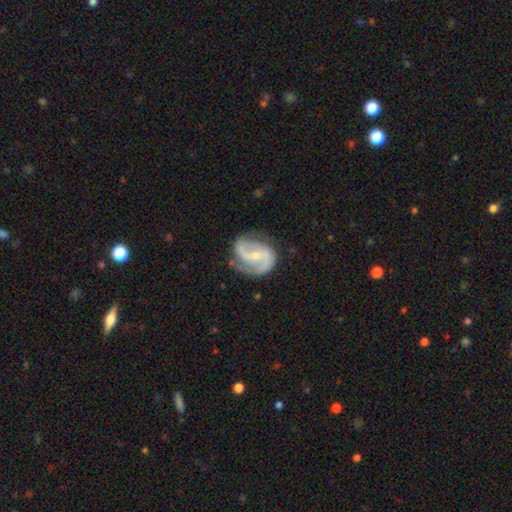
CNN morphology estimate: Smooth or featured?
  - featured or disk: 88% *
  - smooth: 7%
  - star or artifact: 5%
Edge-on disk?
  - no: 98% *
  - yes: 2%
Bar?
  - weak: 44% *
  - no: 28%
  - strong: 28%
Spiral arms?
  - yes: 96% *
  - no: 4%
Spiral winding?
  - medium: 51% *
  - loose: 27%
  - tight: 22%
Spiral arm count?
  - 2: 88% *
  - can't tell: 4%
  - 1: 4%
  - 3: 2%
  - 4: 1%
  - more than 4: 1%
Bulge size?
  - small: 63% *
  - moderate: 31%
  - none: 4%
  - large: 1%
  - dominant: 1%
Merging?
  - none: 70% *
  - minor disturbance: 20%
  - major disturbance: 9%
  - merger: 2%